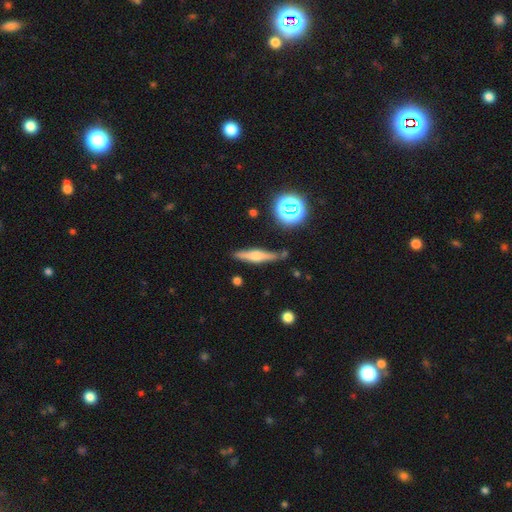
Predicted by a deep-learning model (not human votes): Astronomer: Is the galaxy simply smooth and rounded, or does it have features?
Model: featured or disk — 55% (runner-up: smooth, 35%).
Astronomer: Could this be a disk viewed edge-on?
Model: yes — 95%.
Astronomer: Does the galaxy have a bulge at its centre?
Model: rounded — 80%.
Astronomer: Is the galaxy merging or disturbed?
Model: none — 81%.